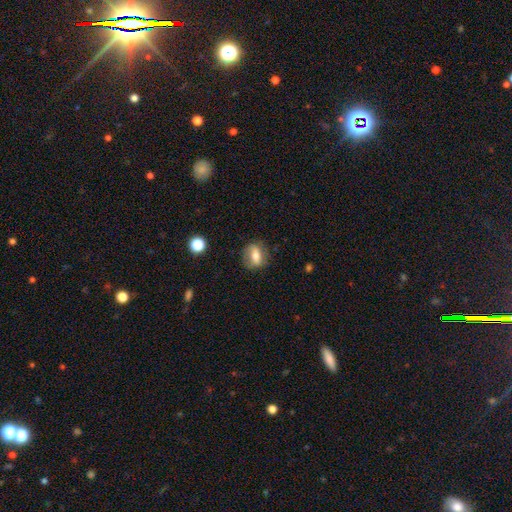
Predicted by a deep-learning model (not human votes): Smooth or featured?
  - smooth: 60% *
  - featured or disk: 31%
  - star or artifact: 9%
How rounded?
  - in between: 52% *
  - round: 44%
  - cigar-shaped: 4%
Merging?
  - none: 78% *
  - minor disturbance: 16%
  - major disturbance: 5%
  - merger: 1%